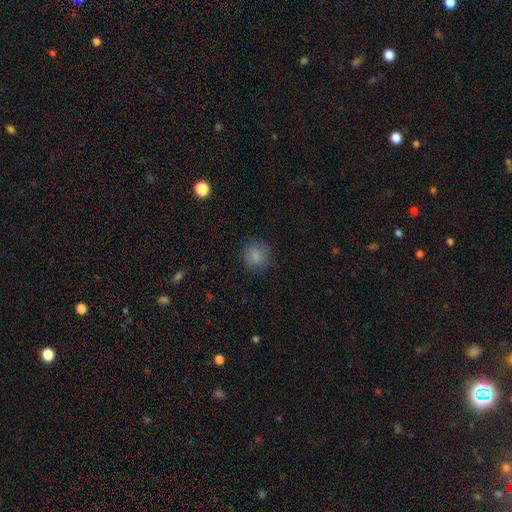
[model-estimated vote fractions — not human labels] This is clearly a smooth galaxy (83%). How rounded: clearly round (86%). Merging: clearly none (80%).